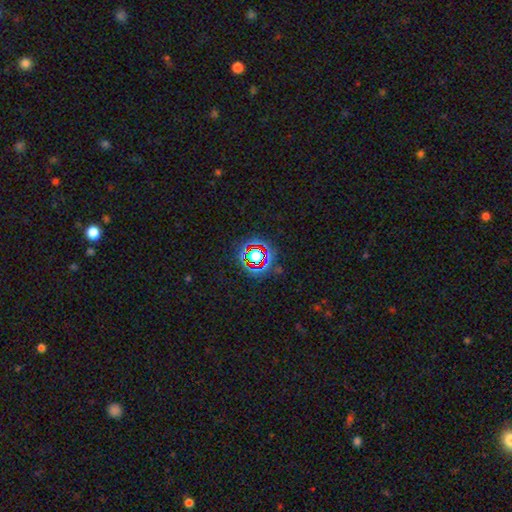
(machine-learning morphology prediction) Overall: star or artifact (69%).